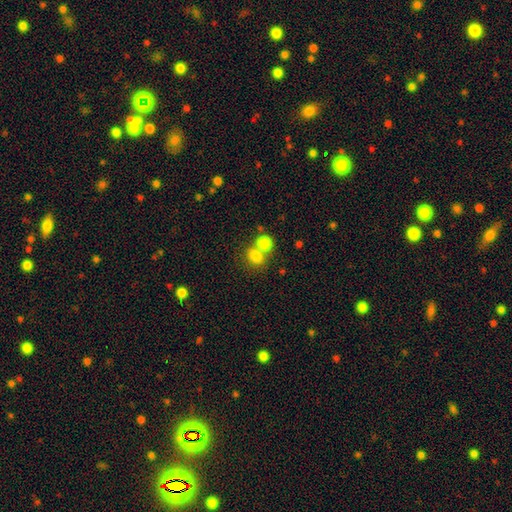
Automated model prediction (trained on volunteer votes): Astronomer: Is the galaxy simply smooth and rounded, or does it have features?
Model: smooth — 79%.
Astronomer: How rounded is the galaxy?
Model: round — 62%.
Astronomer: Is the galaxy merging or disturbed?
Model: none — 45% (runner-up: merger, 44%).